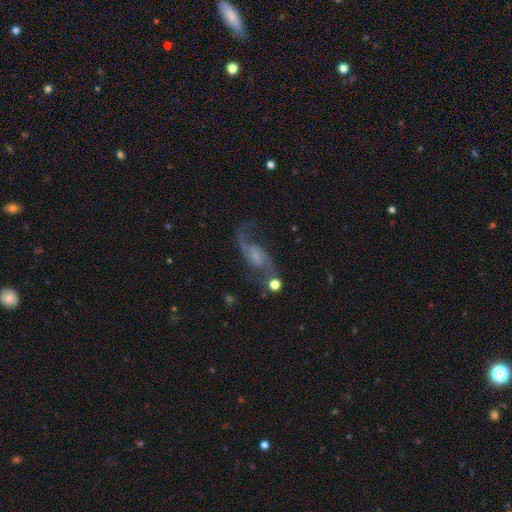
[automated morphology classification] The model was most divided on "bulge size": small: 38%, none: 32%, moderate: 21%, large: 7%, dominant: 2%. More confident: edge-on disk — no (95%); spiral arms — yes (94%); spiral arm count — 2 (88%); smooth or featured — featured or disk (81%); spiral winding — loose (77%); merging — none (62%); bar — no (57%).